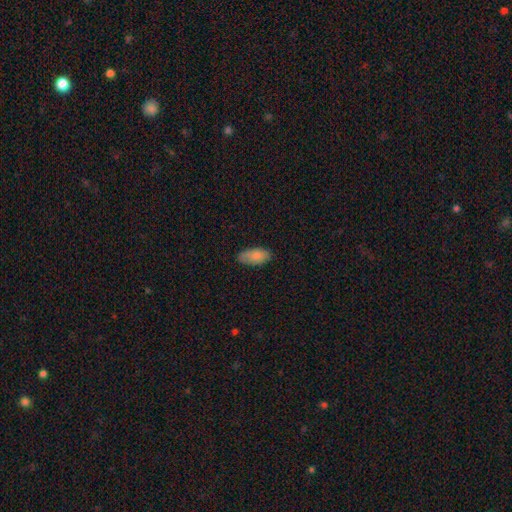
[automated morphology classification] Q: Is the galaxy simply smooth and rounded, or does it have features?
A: smooth — 85%.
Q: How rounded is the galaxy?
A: in between — 91%.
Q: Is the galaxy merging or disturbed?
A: none — 80%.